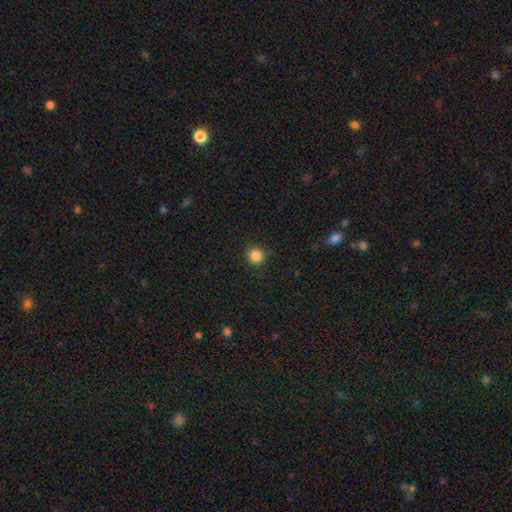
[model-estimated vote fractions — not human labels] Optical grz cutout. It shows a smooth galaxy with no disk features (85%) that is round (94%). Merging: none (91%).